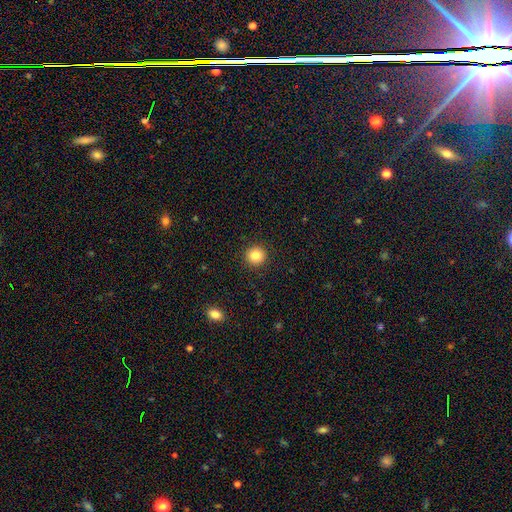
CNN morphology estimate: Smooth or featured?
  - smooth: 84% *
  - star or artifact: 11%
  - featured or disk: 6%
How rounded?
  - round: 93% *
  - in between: 6%
  - cigar-shaped: 1%
Merging?
  - none: 92% *
  - minor disturbance: 5%
  - major disturbance: 2%
  - merger: 1%